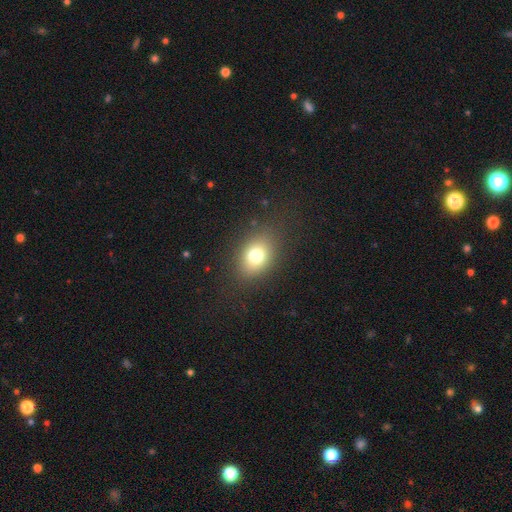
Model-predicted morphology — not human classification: Overall: smooth (75%). How rounded: in between (67%; round 32%). Merging: none (82%).